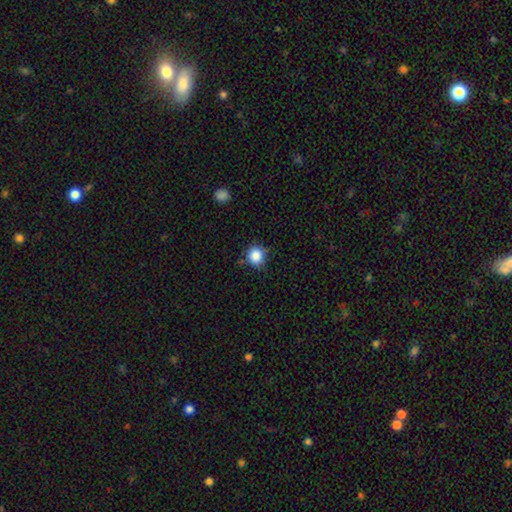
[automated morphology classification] smooth_or_featured: smooth (p=0.86) [alt: star or artifact p=0.10]
how_rounded: round (p=0.87) [alt: in between p=0.12]
merging: none (p=0.75) [alt: minor disturbance p=0.18]